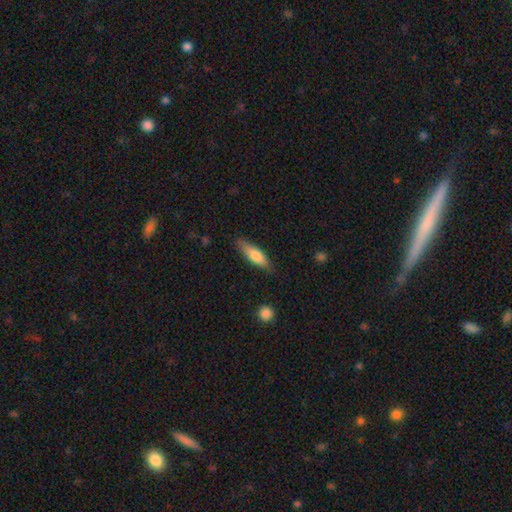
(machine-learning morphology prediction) Smooth or featured? smooth (73%)
How rounded? cigar-shaped (57%)
Merging? none (81%)